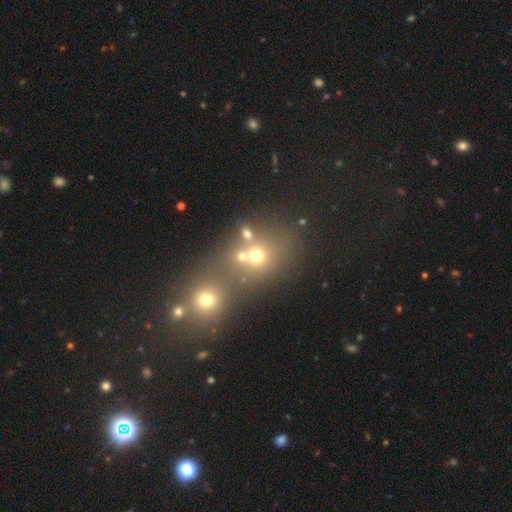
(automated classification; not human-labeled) Smooth or featured?
  - smooth: 63% *
  - star or artifact: 22%
  - featured or disk: 15%
How rounded?
  - round: 70% *
  - in between: 28%
  - cigar-shaped: 1%
Merging?
  - merger: 50% *
  - none: 38%
  - minor disturbance: 7%
  - major disturbance: 5%